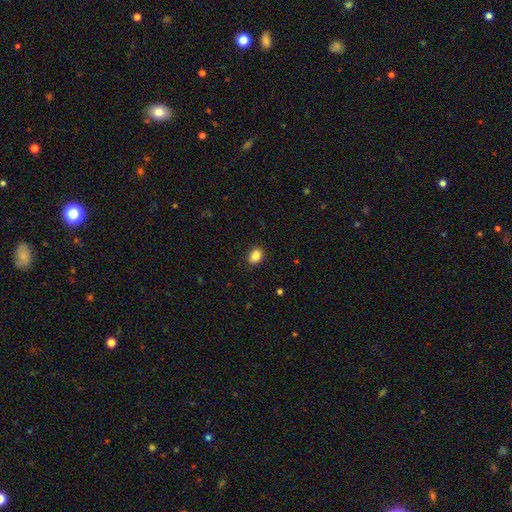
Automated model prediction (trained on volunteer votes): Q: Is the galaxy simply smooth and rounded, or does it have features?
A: smooth — 86%.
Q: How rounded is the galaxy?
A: in between — 67%.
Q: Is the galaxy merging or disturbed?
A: none — 88%.